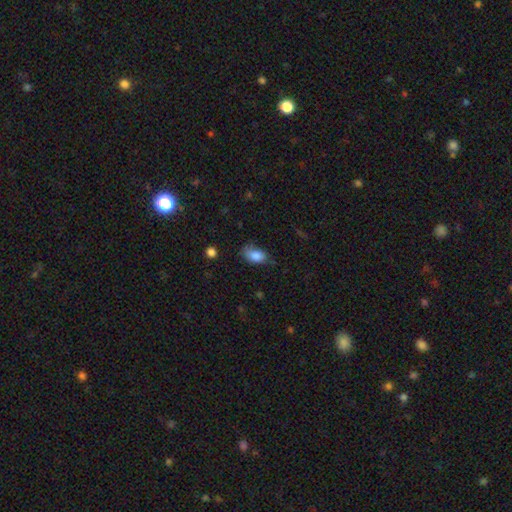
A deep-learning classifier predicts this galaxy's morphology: Smooth or featured? Predicted: smooth (p=0.85). How rounded? Predicted: in between (p=0.90). Merging? Predicted: none (p=0.60).